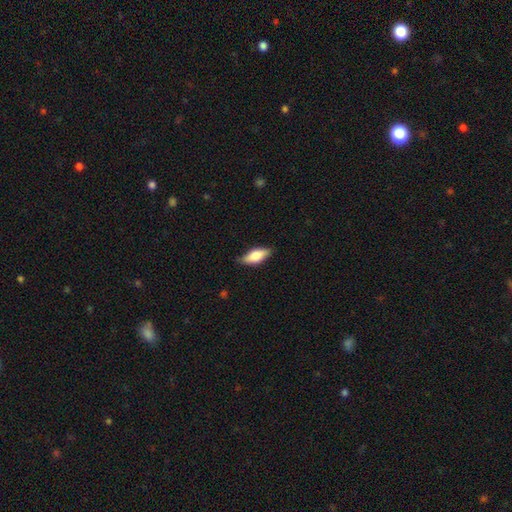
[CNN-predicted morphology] type=smooth (69%); roundness=in between (78%); merging=none (78%).